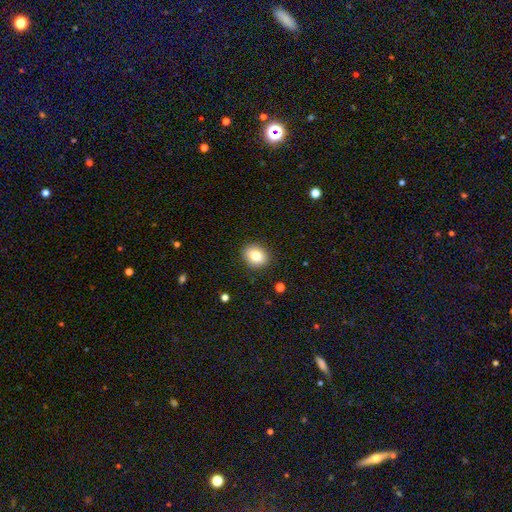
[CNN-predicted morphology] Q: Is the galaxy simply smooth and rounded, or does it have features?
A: smooth — 81%.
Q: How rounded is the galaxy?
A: round — 52%.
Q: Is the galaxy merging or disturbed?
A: none — 88%.